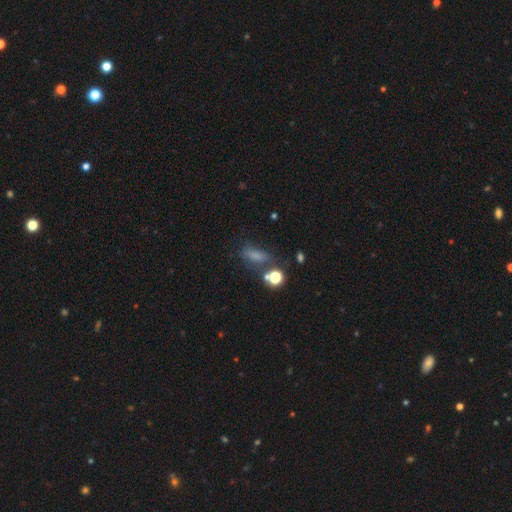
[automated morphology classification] A smooth galaxy with no disk features (66%) that is in between round and cigar-shaped (58%). Merging: none (52%).